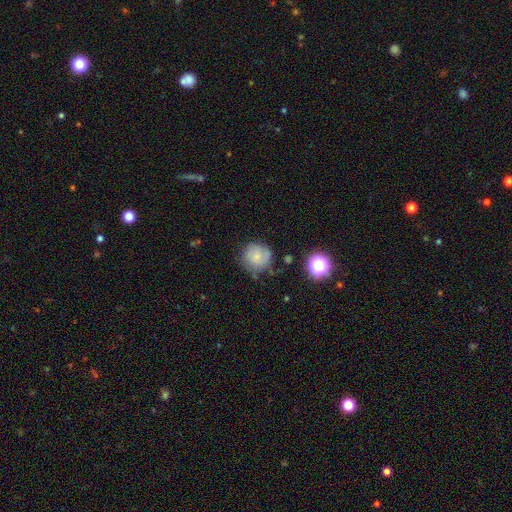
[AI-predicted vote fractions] Q: Smooth or featured?
A: smooth (62%); runner-up: featured or disk (27%)
Q: How rounded?
A: round (90%); runner-up: in between (10%)
Q: Merging?
A: none (65%); runner-up: minor disturbance (24%)